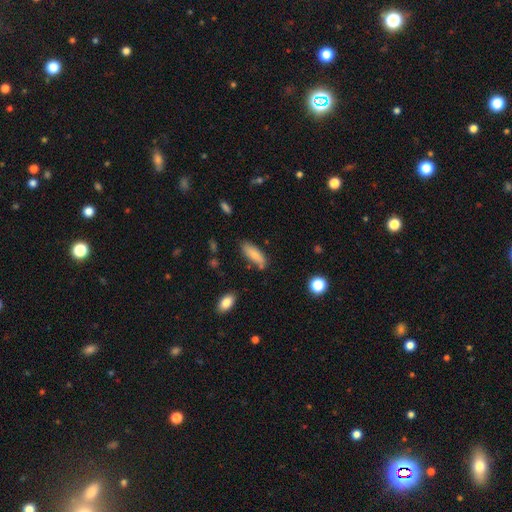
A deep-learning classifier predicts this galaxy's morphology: A smooth galaxy with no disk features (81%) that is in between round and cigar-shaped (59%). Merging: none (68%).